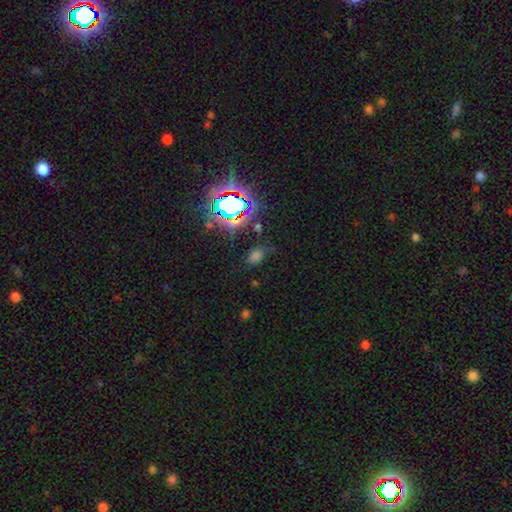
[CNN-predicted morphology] Smooth or featured? Predicted: smooth (p=0.54). How rounded? Predicted: in between (p=0.70). Merging? Predicted: none (p=0.72).